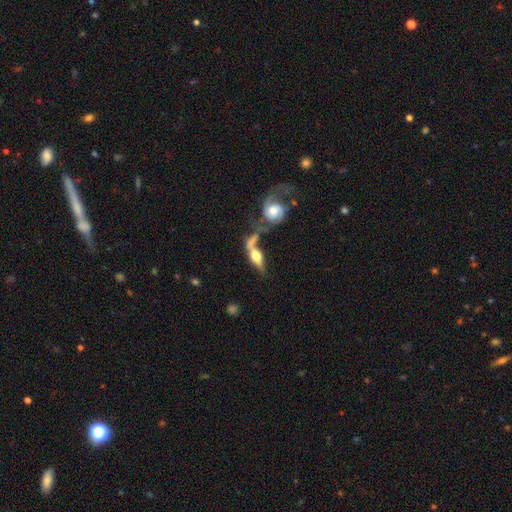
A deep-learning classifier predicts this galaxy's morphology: smooth_or_featured: featured or disk (p=0.58) [alt: smooth p=0.35]
disk_edge_on: yes (p=0.65) [alt: no p=0.35]
merging: merger (p=0.47) [alt: none p=0.27]